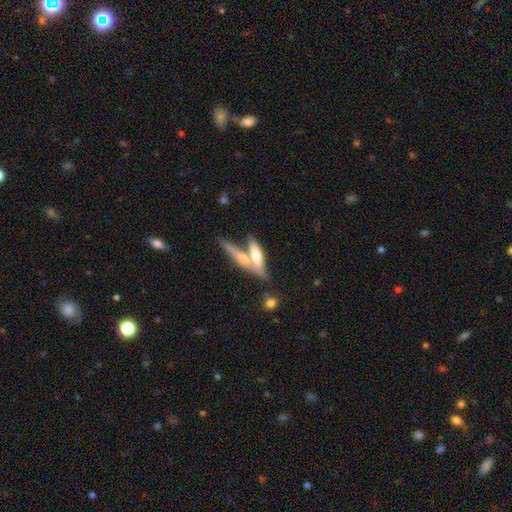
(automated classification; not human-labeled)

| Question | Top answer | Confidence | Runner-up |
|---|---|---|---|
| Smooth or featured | smooth | 51% | featured or disk (42%) |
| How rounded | cigar-shaped | 64% | in between (33%) |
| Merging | merger | 50% | none (35%) |